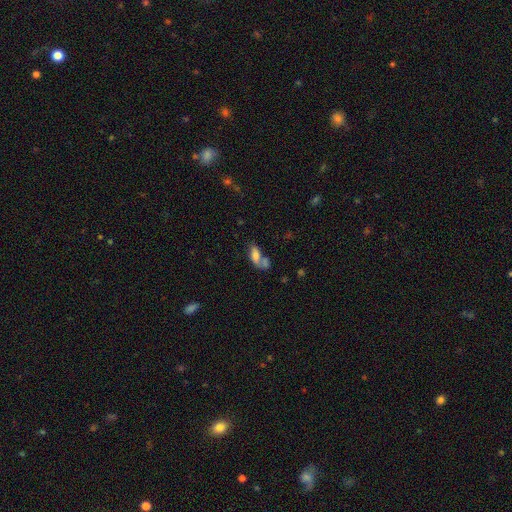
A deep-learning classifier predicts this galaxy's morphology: A smooth galaxy with no disk features (70%) that is in between round and cigar-shaped (82%). Merging: merger (49%).